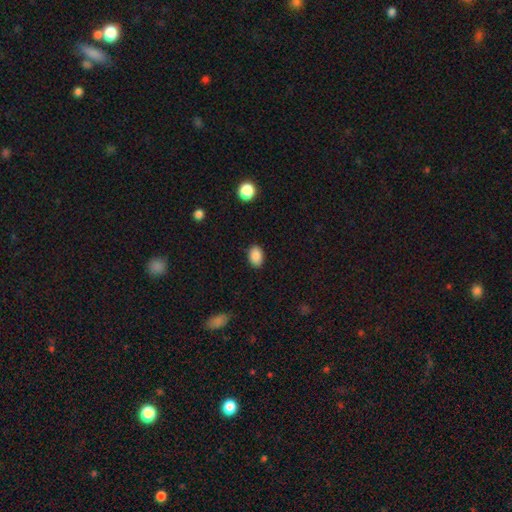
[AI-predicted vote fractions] The model was most divided on "how rounded": in between: 82%, round: 17%, cigar-shaped: 1%. More confident: smooth or featured — smooth (88%); merging — none (88%).